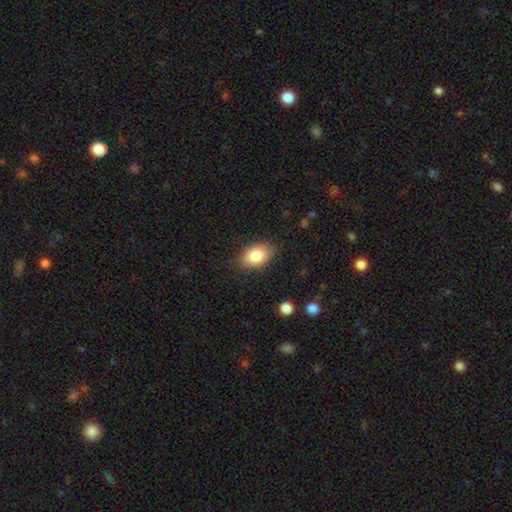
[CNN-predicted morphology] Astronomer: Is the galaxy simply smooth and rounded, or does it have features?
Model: smooth — 85%.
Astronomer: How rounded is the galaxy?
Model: in between — 89%.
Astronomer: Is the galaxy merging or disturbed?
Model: none — 83%.